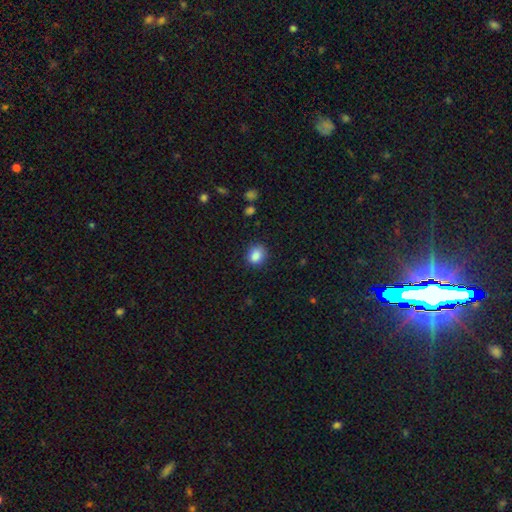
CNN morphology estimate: The model was most divided on "how rounded": round: 62%, in between: 37%, cigar-shaped: 1%. More confident: smooth or featured — smooth (86%); merging — none (84%).